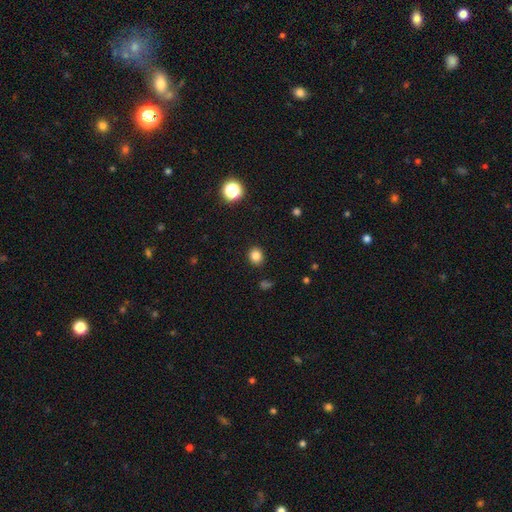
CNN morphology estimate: Q: Smooth or featured?
A: smooth (83%); runner-up: star or artifact (12%)
Q: How rounded?
A: round (72%); runner-up: in between (27%)
Q: Merging?
A: none (90%); runner-up: minor disturbance (7%)